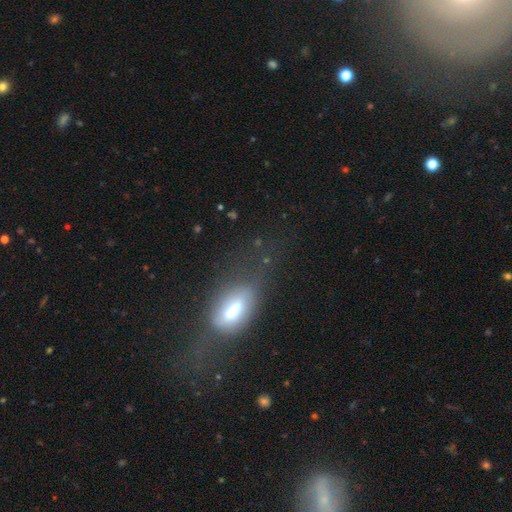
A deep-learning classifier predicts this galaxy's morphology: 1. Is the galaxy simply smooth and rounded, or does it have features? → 42% smooth (tied), 42% featured or disk (tied), 16% star or artifact.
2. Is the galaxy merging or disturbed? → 60% none, 20% minor disturbance, 16% major disturbance, 4% merger.